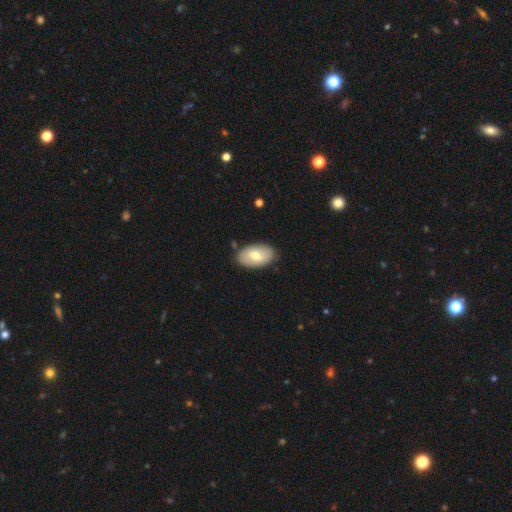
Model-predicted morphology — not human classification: smooth-or-featured: smooth: 68% | featured or disk: 26% | star or artifact: 6%
  how-rounded: in between: 94% | round: 5% | cigar-shaped: 1%
  merging: none: 84% | minor disturbance: 11% | major disturbance: 2% | merger: 2%